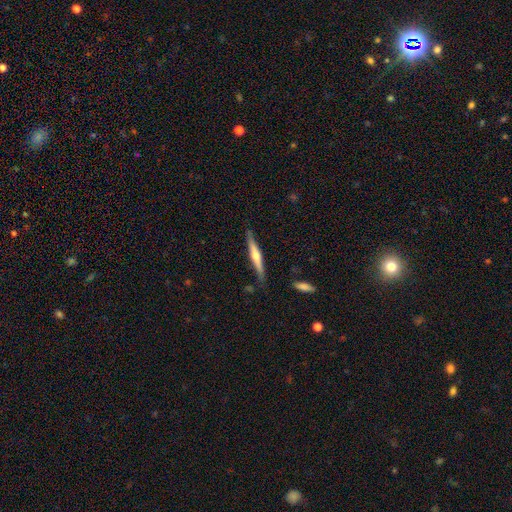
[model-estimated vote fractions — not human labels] This appears to be a featured or disk galaxy (61%) viewed edge-on (97%) with a rounded central bulge (82%). Merging: none (83%).